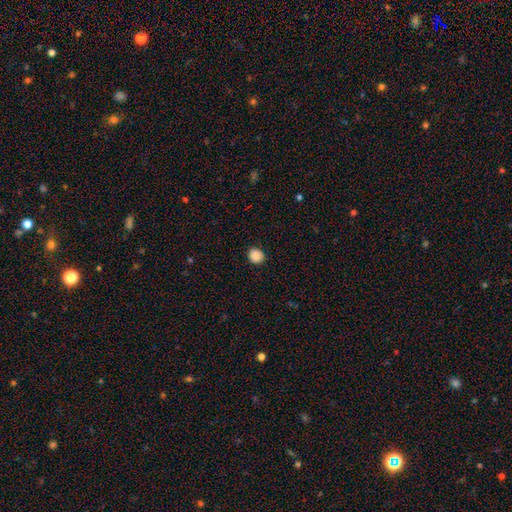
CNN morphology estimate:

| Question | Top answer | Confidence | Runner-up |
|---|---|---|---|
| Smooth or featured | smooth | 88% | star or artifact (10%) |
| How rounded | round | 83% | in between (16%) |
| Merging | none | 90% | minor disturbance (7%) |